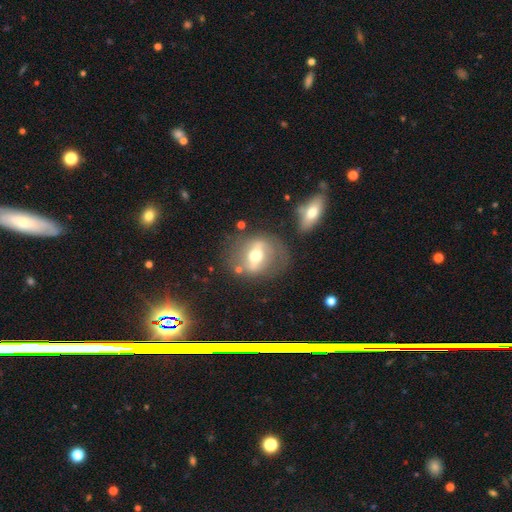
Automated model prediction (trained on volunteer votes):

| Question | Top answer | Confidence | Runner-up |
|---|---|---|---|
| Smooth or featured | featured or disk | 64% | smooth (29%) |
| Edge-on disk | no | 81% | yes (19%) |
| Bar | strong | 60% | weak (25%) |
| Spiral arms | no | 70% | yes (30%) |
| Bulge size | moderate | 70% | large (16%) |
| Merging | none | 66% | minor disturbance (16%) |